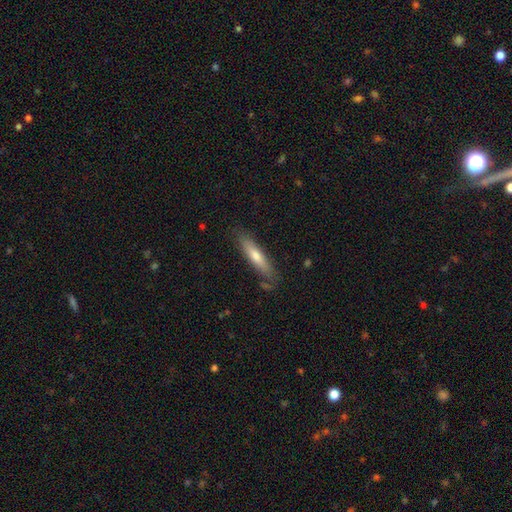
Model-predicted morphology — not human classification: smooth-or-featured: smooth: 62% | featured or disk: 31% | star or artifact: 6%
  how-rounded: cigar-shaped: 82% | in between: 17% | round: 1%
  merging: none: 79% | minor disturbance: 15% | major disturbance: 3% | merger: 2%